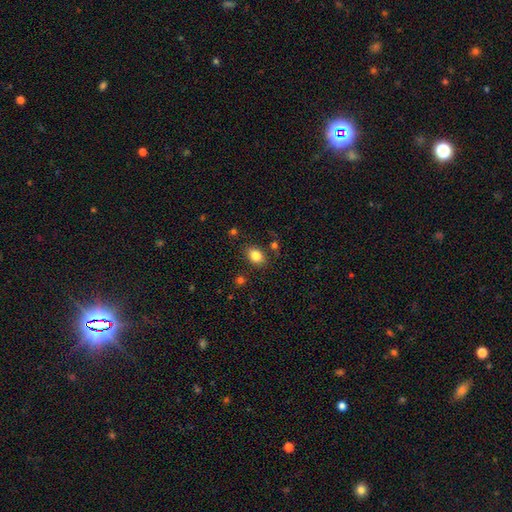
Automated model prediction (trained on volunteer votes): This appears to be a smooth galaxy with no disk features (84%) that is in between round and cigar-shaped (75%). Merging: none (82%).